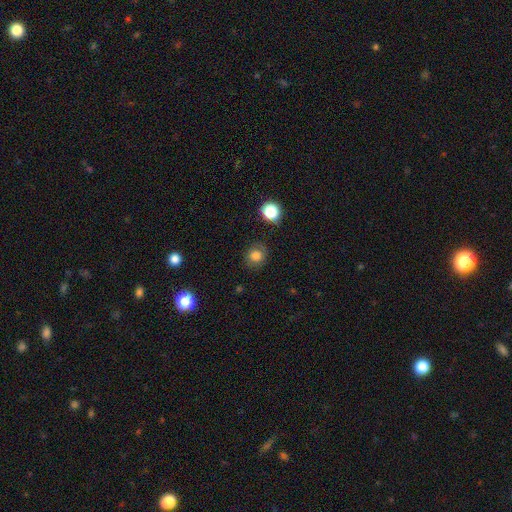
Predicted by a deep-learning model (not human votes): smooth_or_featured: smooth (p=0.81) [alt: star or artifact p=0.13]
how_rounded: round (p=0.81) [alt: in between p=0.18]
merging: none (p=0.82) [alt: minor disturbance p=0.12]